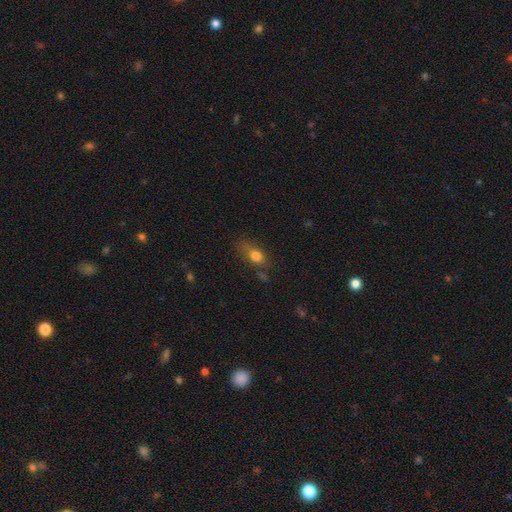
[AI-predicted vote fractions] This appears to be a smooth galaxy with no disk features (76%) that is in between round and cigar-shaped (74%). Merging: none (56%).